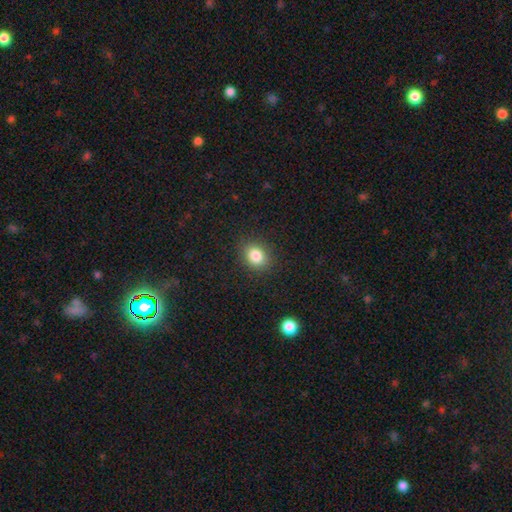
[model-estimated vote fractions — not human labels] smooth-or-featured: smooth: 83% | star or artifact: 11% | featured or disk: 6%
  how-rounded: round: 59% | in between: 40% | cigar-shaped: 1%
  merging: none: 88% | minor disturbance: 9% | major disturbance: 3% | merger: 1%